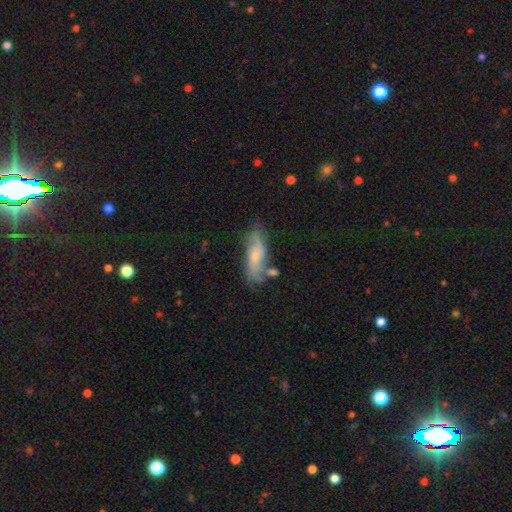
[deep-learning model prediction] Smooth or featured? Predicted: featured or disk (p=0.50). Merging? Predicted: none (p=0.58).